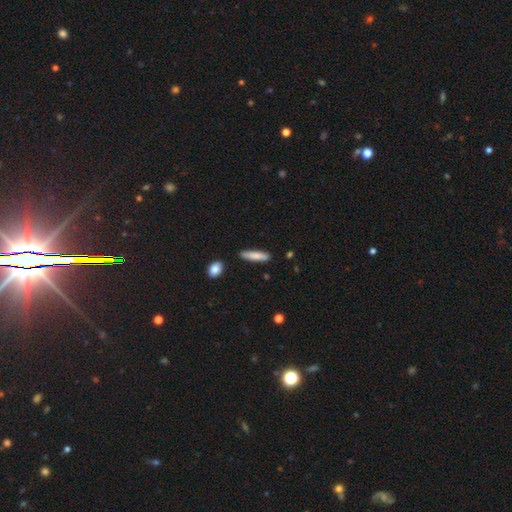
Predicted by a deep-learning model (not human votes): The model was most divided on "how rounded": cigar-shaped: 81%, in between: 17%, round: 2%. More confident: merging — none (86%); smooth or featured — smooth (81%).